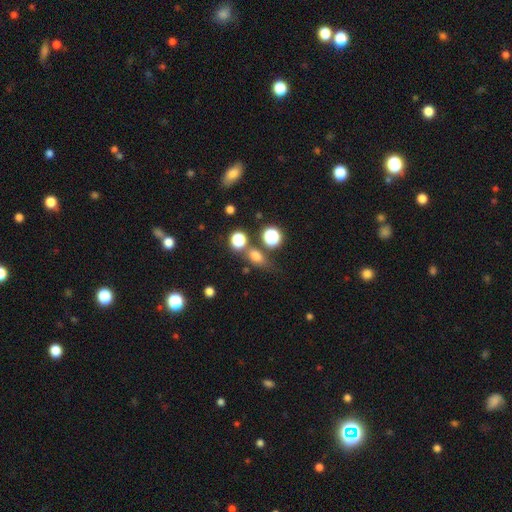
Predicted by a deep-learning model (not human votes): Morphology: type=smooth (70%); roundness=in between (56%); merging=none (63%).